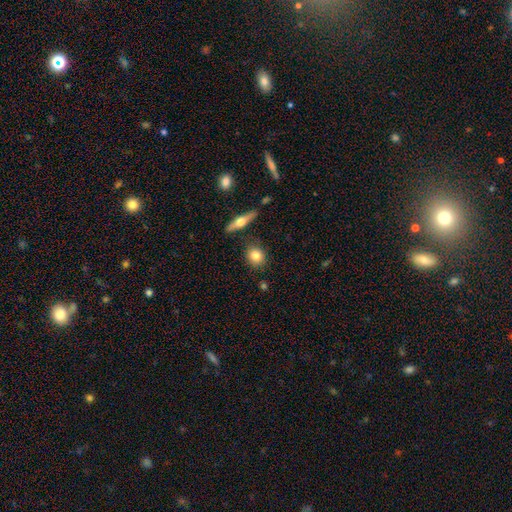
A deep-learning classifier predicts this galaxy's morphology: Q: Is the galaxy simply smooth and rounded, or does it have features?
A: smooth — 80%.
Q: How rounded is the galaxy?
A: round — 68%.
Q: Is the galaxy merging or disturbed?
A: none — 84%.